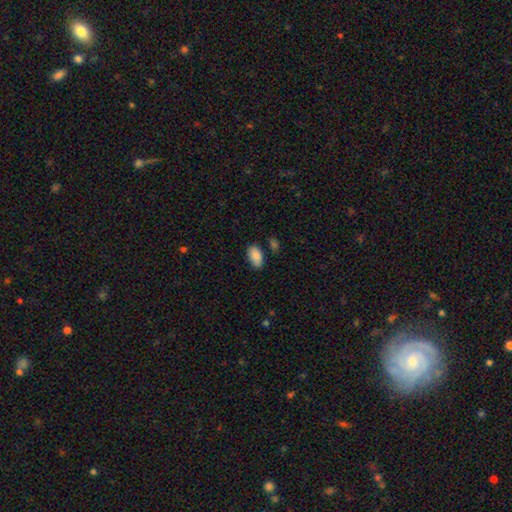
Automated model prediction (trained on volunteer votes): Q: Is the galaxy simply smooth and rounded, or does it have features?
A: smooth — 88%.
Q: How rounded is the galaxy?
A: in between — 94%.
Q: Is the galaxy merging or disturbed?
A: none — 77%.